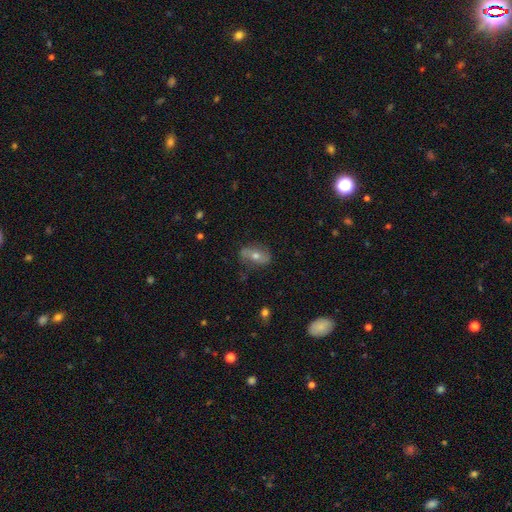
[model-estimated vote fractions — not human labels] Smooth or featured? featured or disk (51%)
Edge-on disk? no (81%)
Merging? none (76%)